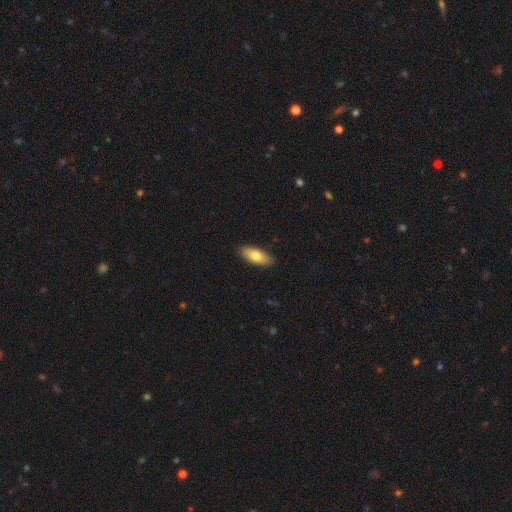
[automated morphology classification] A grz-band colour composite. It shows a smooth galaxy with no disk features (78%) that is in between round and cigar-shaped (79%). Merging: none (89%).